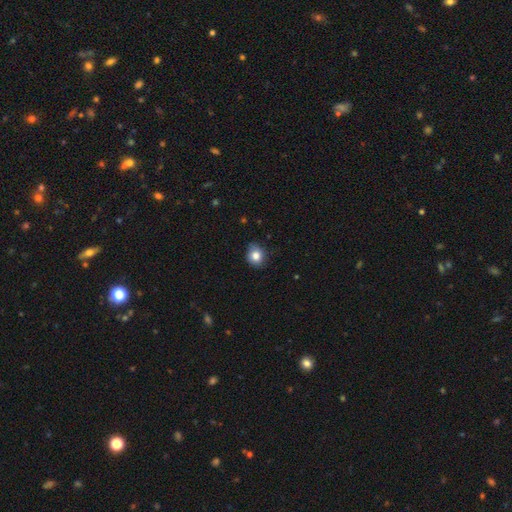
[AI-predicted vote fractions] Smooth or featured? smooth (82%)
How rounded? round (71%)
Merging? none (78%)